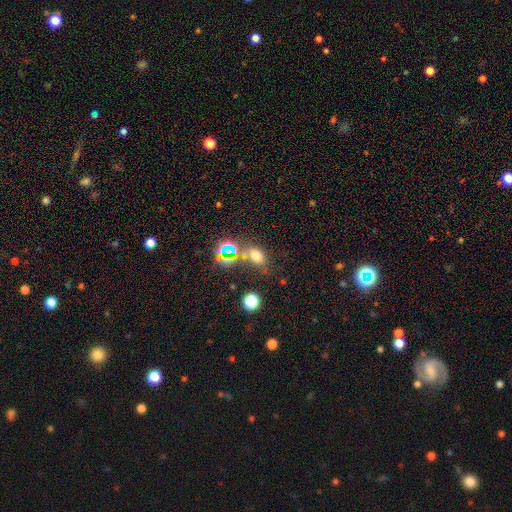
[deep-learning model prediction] Smooth or featured? smooth (62%)
How rounded? in between (61%)
Merging? none (62%)